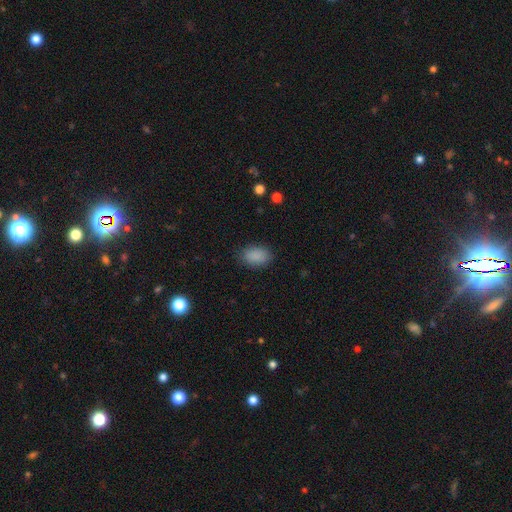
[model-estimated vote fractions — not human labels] Smooth or featured? Predicted: smooth (p=0.89). How rounded? Predicted: in between (p=0.88). Merging? Predicted: none (p=0.85).